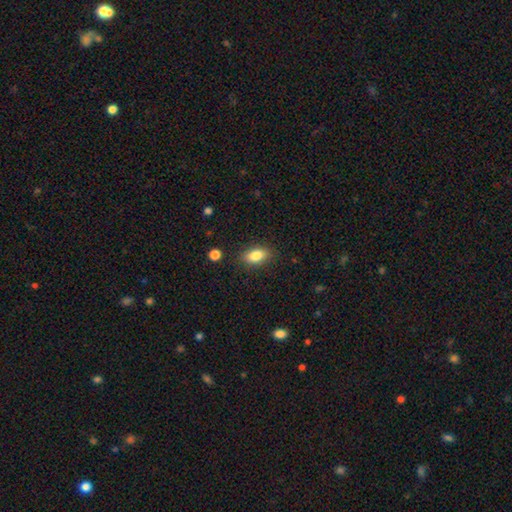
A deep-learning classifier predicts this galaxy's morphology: Smooth or featured: smooth — 83% (featured or disk — 8%)
How rounded: in between — 87% (round — 8%)
Merging: none — 85% (minor disturbance — 11%)